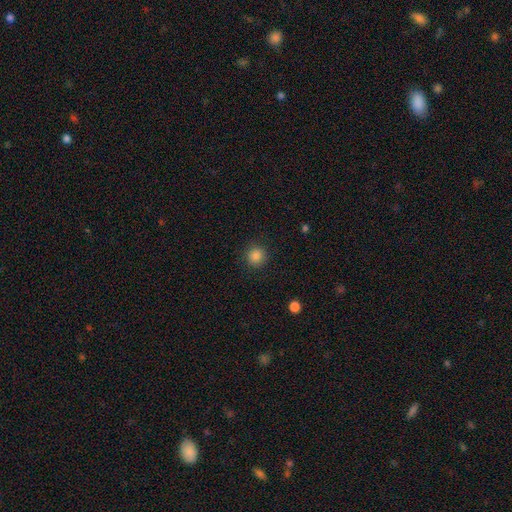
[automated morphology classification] Smooth or featured? Predicted: smooth (p=0.86). How rounded? Predicted: round (p=0.92). Merging? Predicted: none (p=0.90).